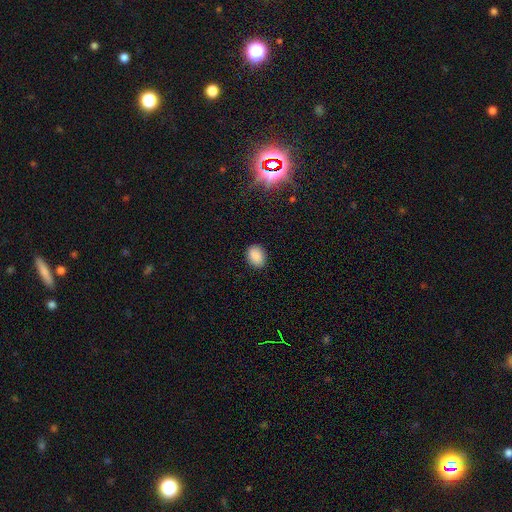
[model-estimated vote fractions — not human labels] Smooth or featured?
  - smooth: 88% *
  - star or artifact: 9%
  - featured or disk: 4%
How rounded?
  - in between: 66% *
  - round: 32%
  - cigar-shaped: 1%
Merging?
  - none: 89% *
  - minor disturbance: 8%
  - major disturbance: 2%
  - merger: 1%